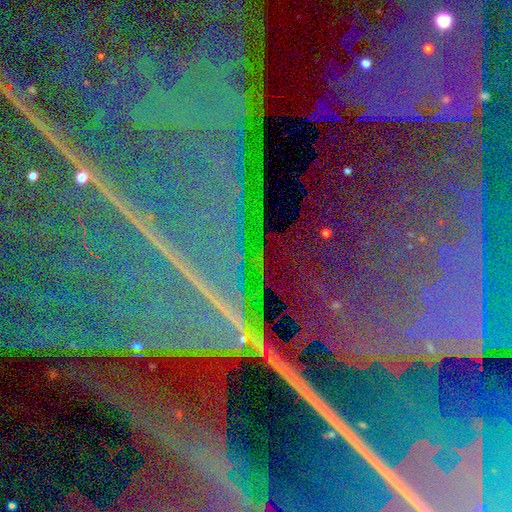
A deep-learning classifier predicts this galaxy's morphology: Smooth or featured? star or artifact (89%)